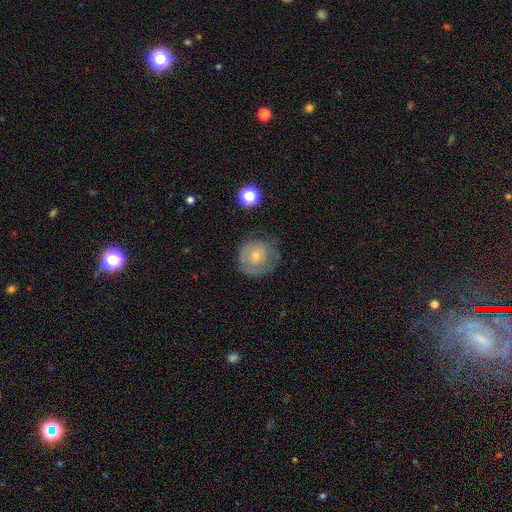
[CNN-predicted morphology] Smooth or featured: smooth — 54% (featured or disk — 38%)
How rounded: round — 88% (in between — 11%)
Merging: none — 57% (minor disturbance — 27%)